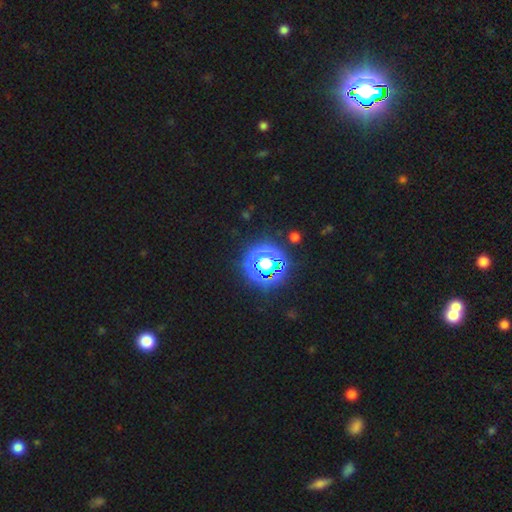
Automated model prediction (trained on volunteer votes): This appears to be a star or artifact, not a galaxy (70%).